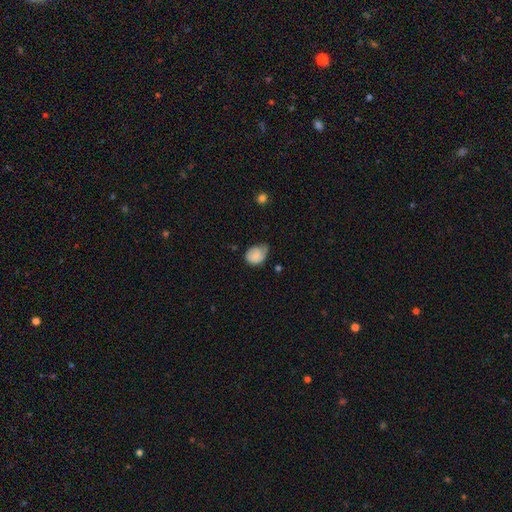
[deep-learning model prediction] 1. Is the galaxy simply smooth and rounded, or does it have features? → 68% smooth, 24% featured or disk, 8% star or artifact.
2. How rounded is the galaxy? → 54% in between, 45% round, 1% cigar-shaped.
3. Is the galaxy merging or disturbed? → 44% minor disturbance, 37% none, 17% major disturbance, 2% merger.